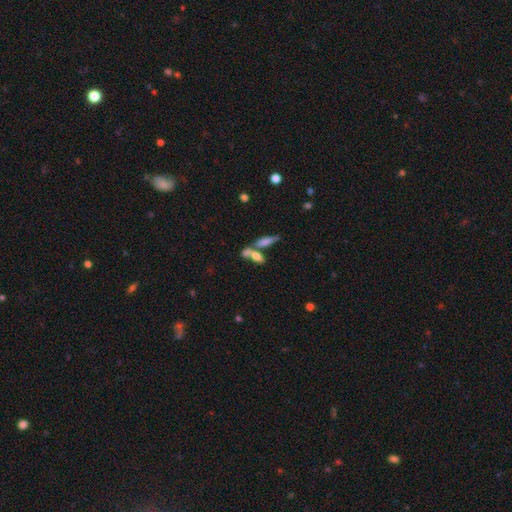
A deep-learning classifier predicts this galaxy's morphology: smooth_or_featured: smooth (p=0.63) [alt: featured or disk p=0.26]
how_rounded: in between (p=0.60) [alt: cigar-shaped p=0.35]
merging: merger (p=0.51) [alt: none p=0.35]